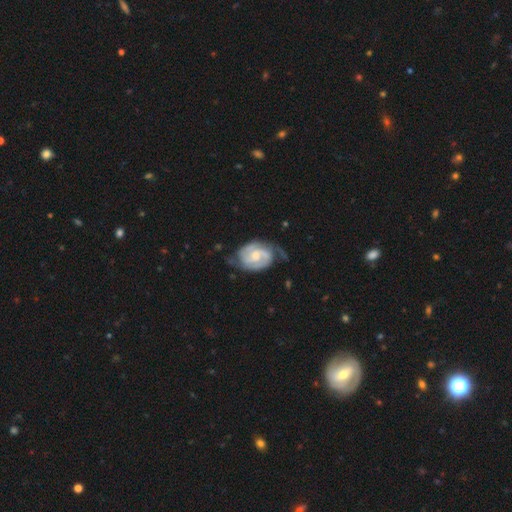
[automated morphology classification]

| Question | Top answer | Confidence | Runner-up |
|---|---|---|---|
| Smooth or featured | featured or disk | 85% | smooth (11%) |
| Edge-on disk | no | 98% | yes (2%) |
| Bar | no | 50% | weak (42%) |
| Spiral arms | yes | 96% | no (4%) |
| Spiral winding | tight | 52% | medium (39%) |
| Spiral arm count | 2 | 78% | can't tell (9%) |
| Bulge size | moderate | 51% | small (41%) |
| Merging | none | 59% | minor disturbance (27%) |